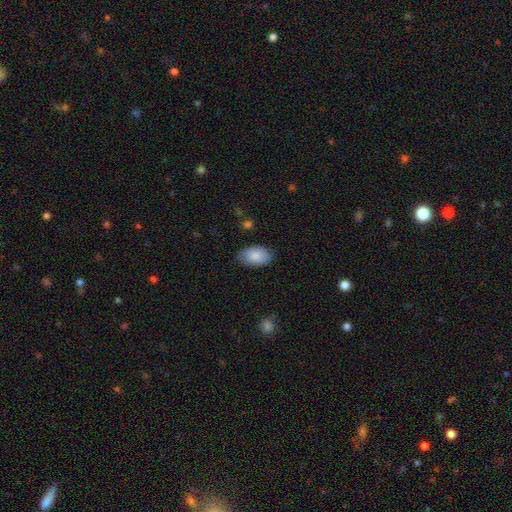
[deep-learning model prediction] Overall: smooth (85%). How rounded: in between (94%). Merging: none (80%).